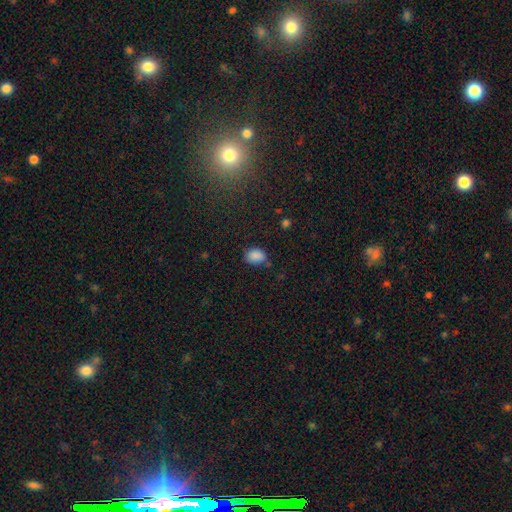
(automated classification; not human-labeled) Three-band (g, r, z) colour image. It shows a smooth galaxy with no disk features (86%) that is in between round and cigar-shaped (75%). Merging: none (64%).